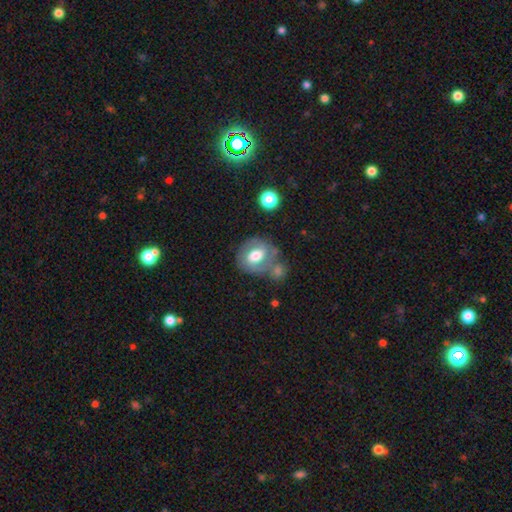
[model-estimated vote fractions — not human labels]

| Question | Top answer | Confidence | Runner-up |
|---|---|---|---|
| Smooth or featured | smooth | 52% | featured or disk (40%) |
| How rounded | round | 58% | in between (41%) |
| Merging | none | 50% | minor disturbance (20%) |